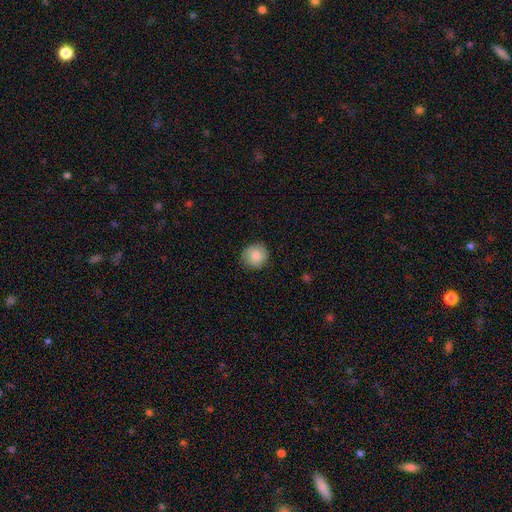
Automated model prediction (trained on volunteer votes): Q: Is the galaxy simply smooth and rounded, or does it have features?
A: smooth — 82%.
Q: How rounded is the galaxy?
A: round — 88%.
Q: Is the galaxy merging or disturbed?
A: none — 79%.